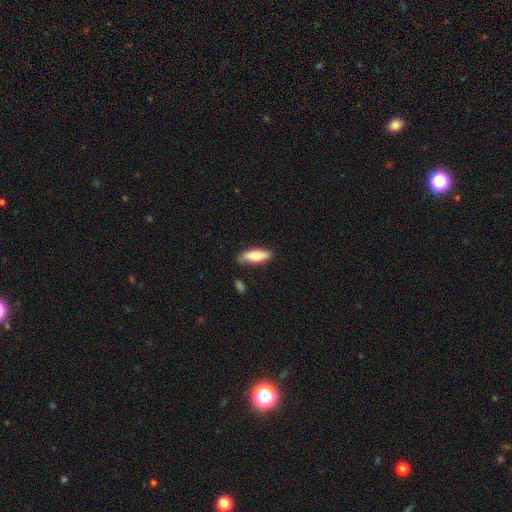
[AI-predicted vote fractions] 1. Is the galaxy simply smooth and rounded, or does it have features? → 78% smooth, 16% featured or disk, 6% star or artifact.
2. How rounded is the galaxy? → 60% in between, 39% cigar-shaped, 2% round.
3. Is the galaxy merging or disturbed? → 68% none, 24% minor disturbance, 5% major disturbance, 3% merger.